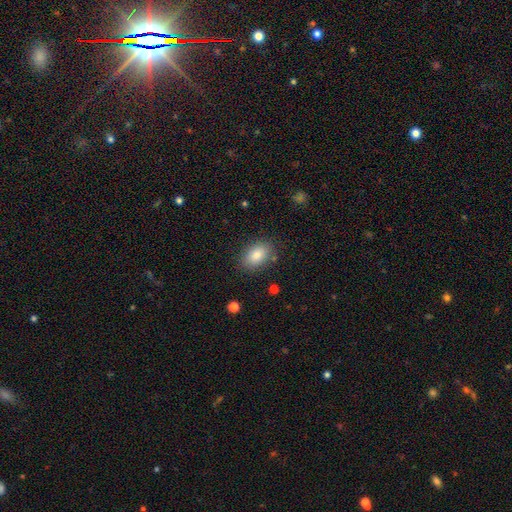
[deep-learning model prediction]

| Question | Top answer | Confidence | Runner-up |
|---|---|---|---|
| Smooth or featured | smooth | 84% | featured or disk (8%) |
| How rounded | in between | 88% | round (11%) |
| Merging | none | 83% | minor disturbance (12%) |